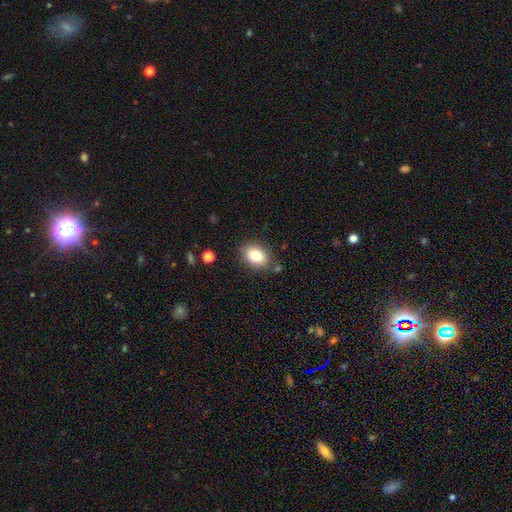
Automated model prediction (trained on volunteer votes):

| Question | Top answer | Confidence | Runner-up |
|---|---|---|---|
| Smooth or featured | smooth | 82% | featured or disk (9%) |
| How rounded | in between | 72% | round (27%) |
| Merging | none | 80% | minor disturbance (13%) |